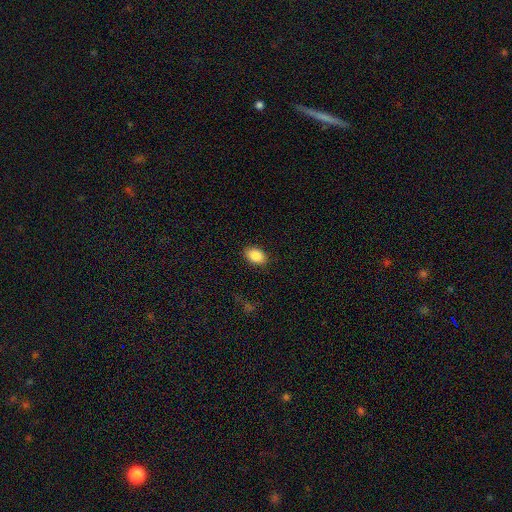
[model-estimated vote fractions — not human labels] This appears to be a smooth galaxy with no disk features (88%) that is in between round and cigar-shaped (88%). Merging: none (88%).